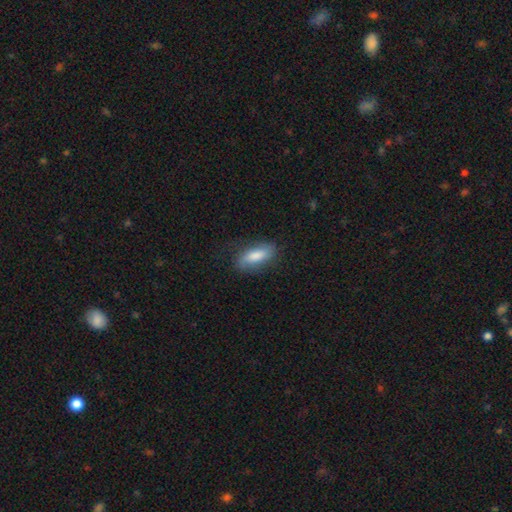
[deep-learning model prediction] The model was most divided on "how rounded": in between: 72%, cigar-shaped: 25%, round: 3%. More confident: smooth or featured — smooth (74%); merging — none (74%).